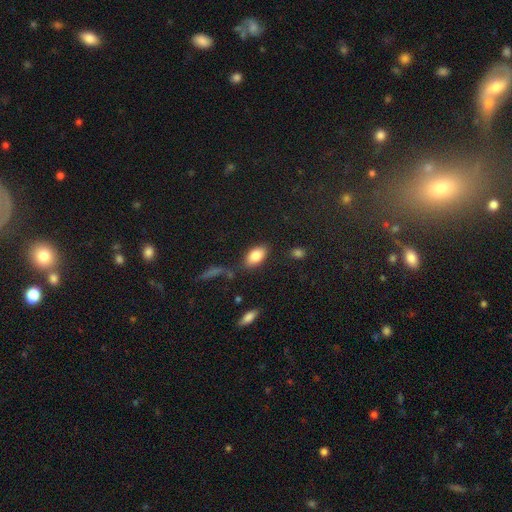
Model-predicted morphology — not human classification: This appears to be a smooth galaxy with no disk features (83%) that is in between round and cigar-shaped (92%). Merging: none (79%).